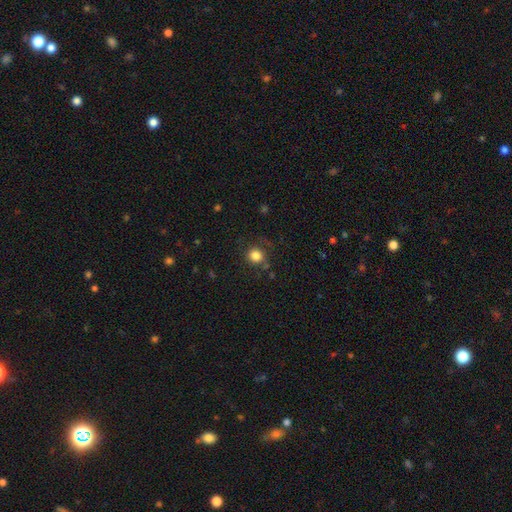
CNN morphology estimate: smooth_or_featured: smooth (p=0.82) [alt: star or artifact p=0.12]
how_rounded: round (p=0.88) [alt: in between p=0.11]
merging: none (p=0.79) [alt: minor disturbance p=0.13]